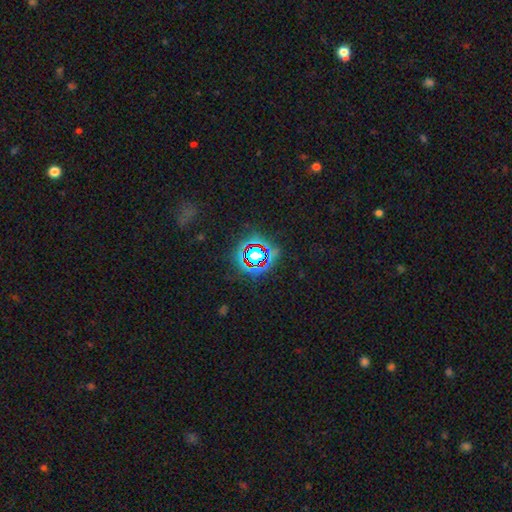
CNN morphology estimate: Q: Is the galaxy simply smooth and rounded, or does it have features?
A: star or artifact — 71%.